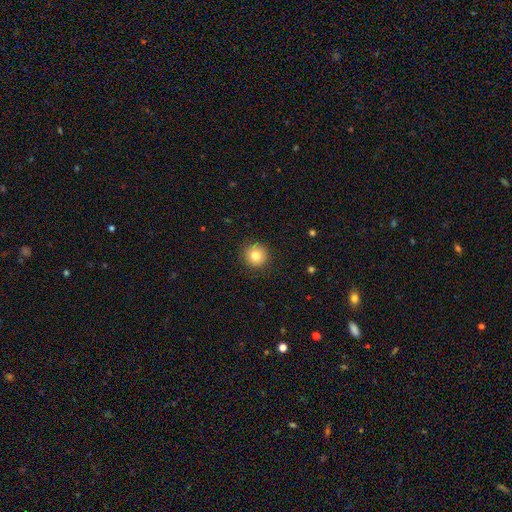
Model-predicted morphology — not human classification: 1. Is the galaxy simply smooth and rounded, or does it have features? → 83% smooth, 11% star or artifact, 7% featured or disk.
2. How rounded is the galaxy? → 94% round, 5% in between, 1% cigar-shaped.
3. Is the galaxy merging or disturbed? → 88% none, 8% minor disturbance, 2% major disturbance, 1% merger.